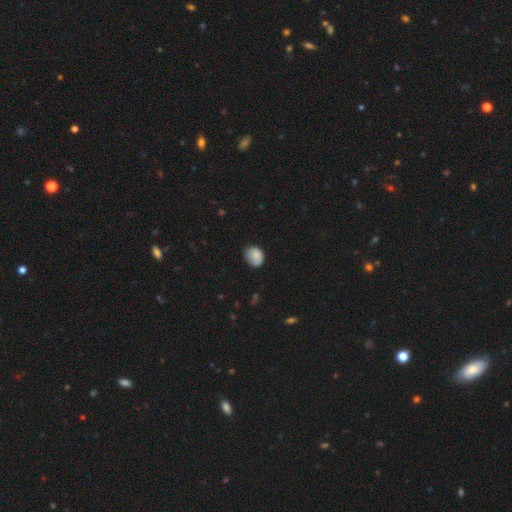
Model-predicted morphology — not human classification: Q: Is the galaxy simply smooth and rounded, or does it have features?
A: smooth — 84%.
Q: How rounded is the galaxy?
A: in between — 53%.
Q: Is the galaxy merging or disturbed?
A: none — 64%.